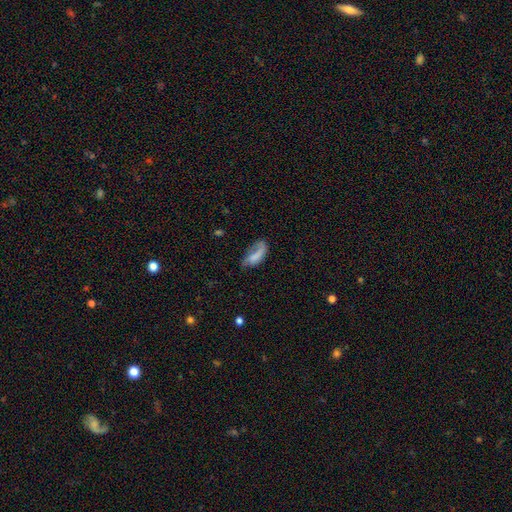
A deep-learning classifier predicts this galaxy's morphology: Smooth or featured: smooth — 62% (featured or disk — 30%)
How rounded: in between — 82% (cigar-shaped — 15%)
Merging: major disturbance — 34% (none — 33%)